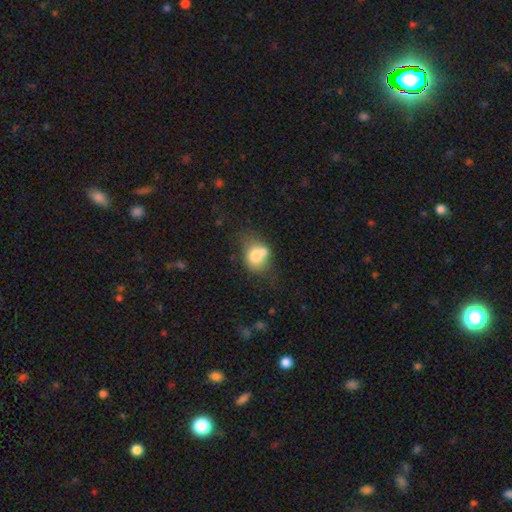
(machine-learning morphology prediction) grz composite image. It shows a smooth galaxy with no disk features (72%) that is in between round and cigar-shaped (50%). Merging: merger (40%).